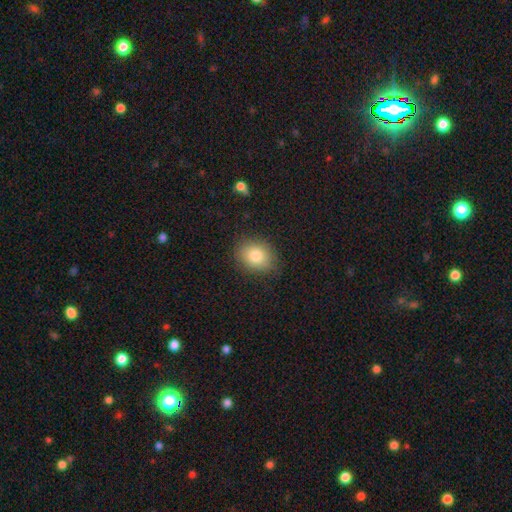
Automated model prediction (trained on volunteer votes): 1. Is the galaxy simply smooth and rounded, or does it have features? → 82% smooth, 9% star or artifact, 9% featured or disk.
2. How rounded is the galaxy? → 55% in between, 44% round, 1% cigar-shaped.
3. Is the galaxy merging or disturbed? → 85% none, 11% minor disturbance, 3% major disturbance, 1% merger.